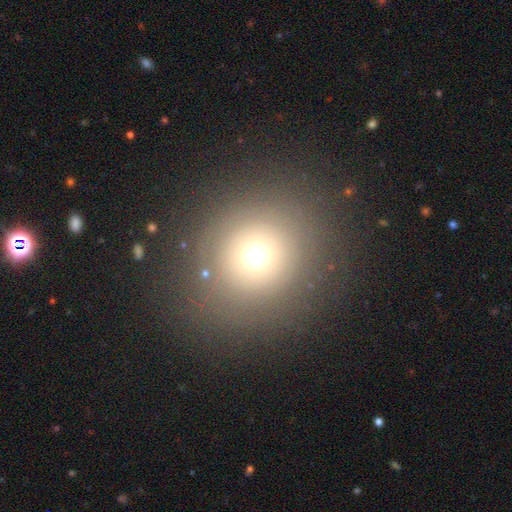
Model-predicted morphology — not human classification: This is likely a smooth galaxy (66%). How rounded: clearly round (87%). Merging: clearly none (86%).